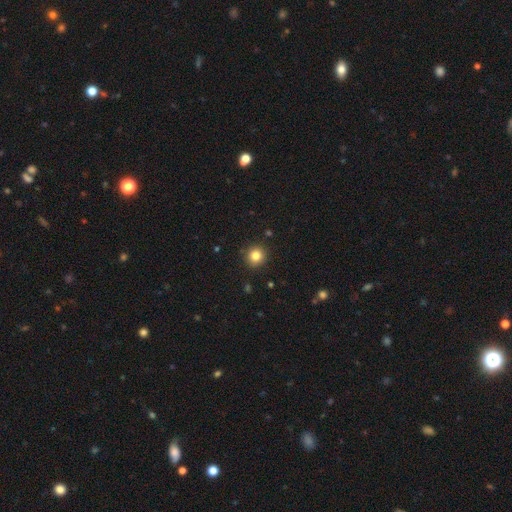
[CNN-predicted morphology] Smooth or featured?
  - smooth: 83% *
  - star or artifact: 12%
  - featured or disk: 5%
How rounded?
  - round: 93% *
  - in between: 6%
  - cigar-shaped: 1%
Merging?
  - none: 91% *
  - minor disturbance: 6%
  - major disturbance: 2%
  - merger: 1%